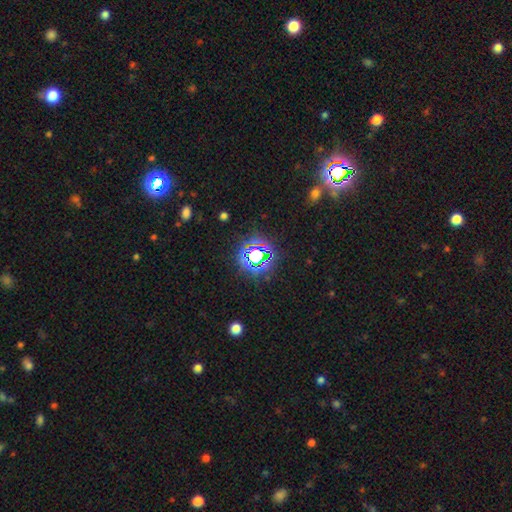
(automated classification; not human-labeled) Smooth or featured: star or artifact — 74% (smooth — 17%)